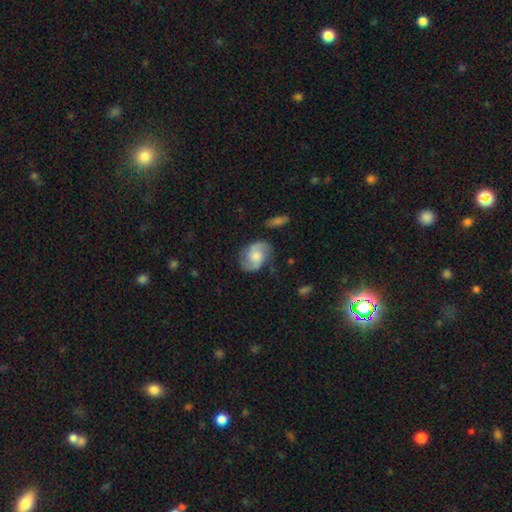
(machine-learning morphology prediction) The model was most divided on "bulge size": moderate: 44%, small: 23%, large: 18%, none: 12%, dominant: 2%. More confident: edge-on disk — no (98%); spiral arms — yes (95%); spiral arm count — 2 (90%); merging — none (76%); smooth or featured — featured or disk (73%); bar — no (61%); spiral winding — medium (50%).